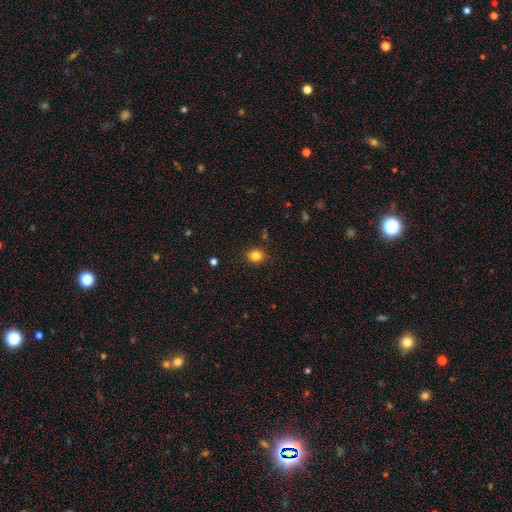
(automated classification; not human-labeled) The model was most divided on "how rounded": round: 66%, in between: 33%, cigar-shaped: 1%. More confident: merging — none (88%); smooth or featured — smooth (83%).